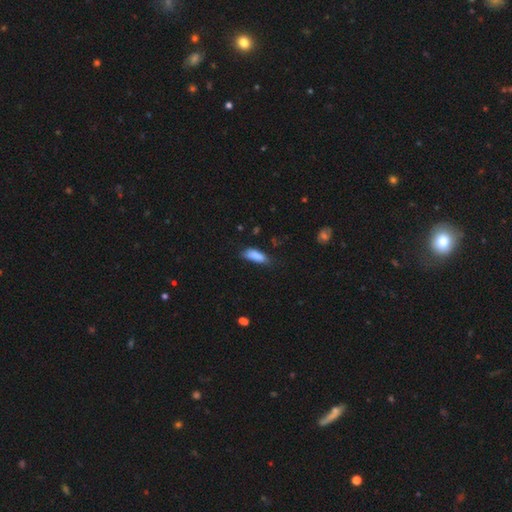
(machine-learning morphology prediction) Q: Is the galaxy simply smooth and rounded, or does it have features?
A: smooth — 86%.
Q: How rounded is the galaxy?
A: in between — 69%.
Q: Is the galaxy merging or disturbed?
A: none — 62%.